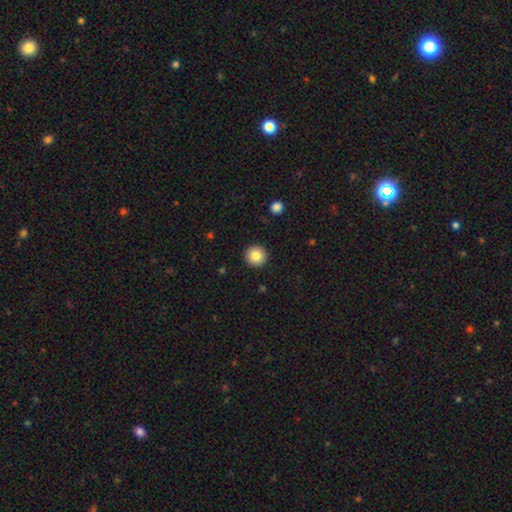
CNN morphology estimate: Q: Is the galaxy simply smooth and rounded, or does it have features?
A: smooth — 84%.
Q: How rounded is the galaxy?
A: round — 96%.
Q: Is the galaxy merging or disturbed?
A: none — 92%.